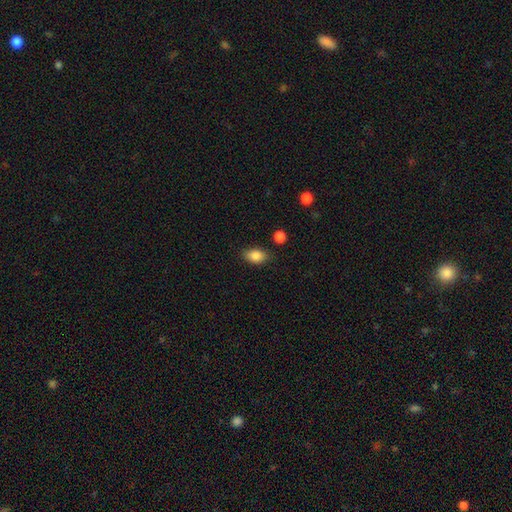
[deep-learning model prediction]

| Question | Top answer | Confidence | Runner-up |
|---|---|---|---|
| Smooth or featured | smooth | 86% | star or artifact (8%) |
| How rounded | in between | 85% | round (13%) |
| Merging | none | 81% | minor disturbance (14%) |